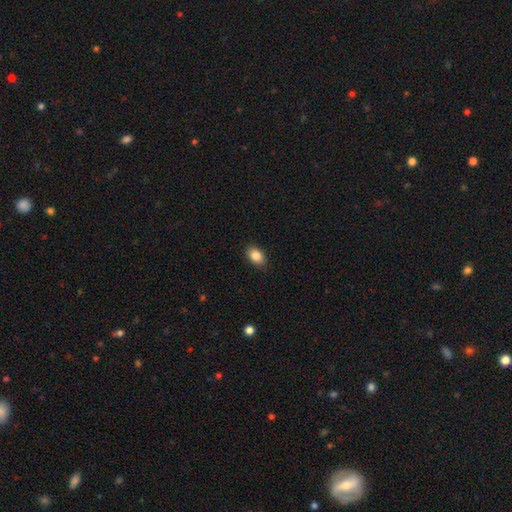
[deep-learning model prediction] Morphology: type=smooth (86%); roundness=in between (84%); merging=none (87%).